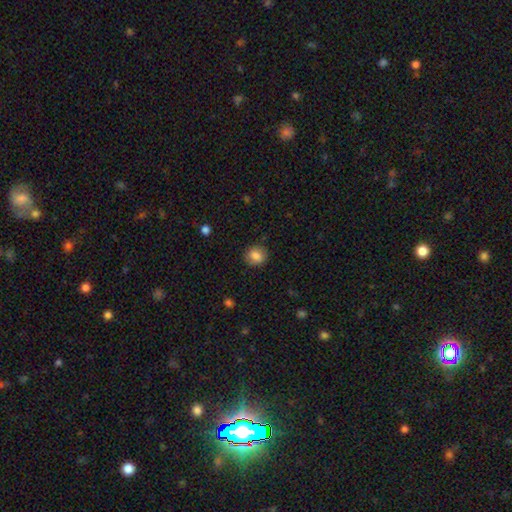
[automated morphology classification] Smooth or featured? smooth (84%)
How rounded? round (77%)
Merging? none (86%)